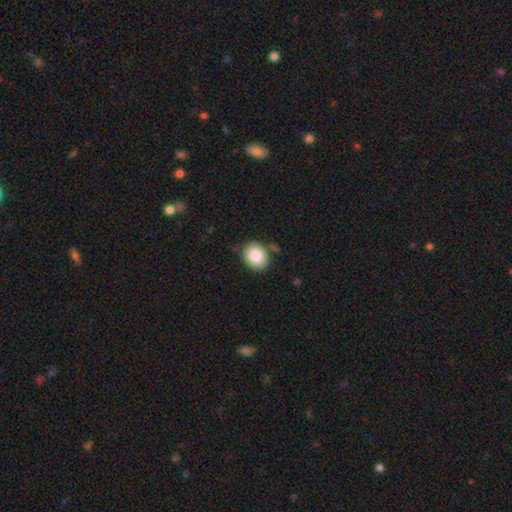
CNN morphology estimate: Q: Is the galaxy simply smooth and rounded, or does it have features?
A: smooth — 87%.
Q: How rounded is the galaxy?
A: round — 53%.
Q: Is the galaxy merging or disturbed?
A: none — 78%.